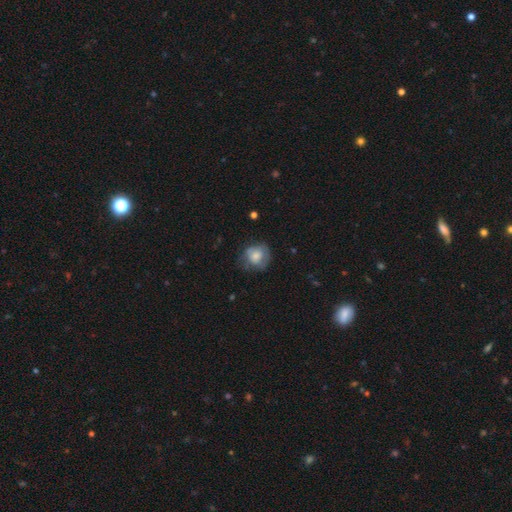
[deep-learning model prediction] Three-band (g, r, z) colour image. It shows a smooth galaxy with no disk features (63%) that is round (78%). Merging: none (58%).